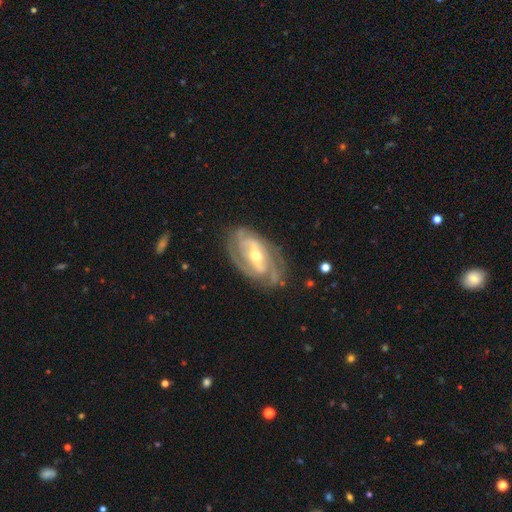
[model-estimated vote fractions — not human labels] A featured or disk galaxy (88%) with a strong bar (39%, tied with weak), 2 (42%) tight (58%) spiral arms (94%) and a moderate central bulge (63%).

Vote fractions:
- Smooth or featured? featured or disk: 88% / smooth: 7% / star or artifact: 5%
- Edge-on disk? no: 95% / yes: 5%
- Bar? strong: 39% (tied) / weak: 39% (tied) / no: 22%
- Spiral arms? yes: 94% / no: 6%
- Spiral winding? tight: 58% / medium: 34% / loose: 9%
- Spiral arm count? 2: 42% / 3: 25% / can't tell: 19% / 4: 6% / 1: 4% / more than 4: 3%
- Bulge size? moderate: 63% / small: 32% / large: 3% / none: 1% / dominant: 1%
- Merging? none: 74% / minor disturbance: 18% / major disturbance: 7% / merger: 2%